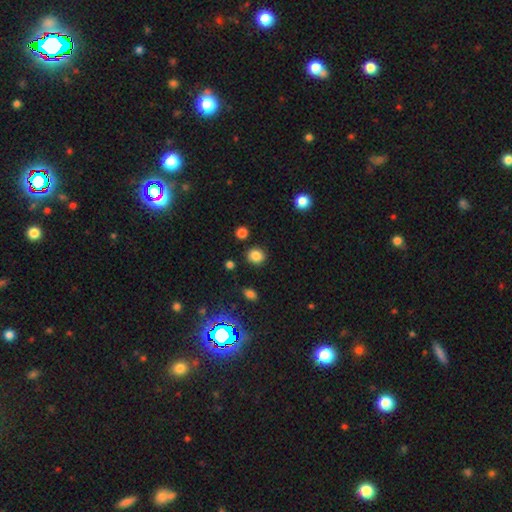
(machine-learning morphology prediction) type=smooth (82%); roundness=round (81%); merging=none (88%).